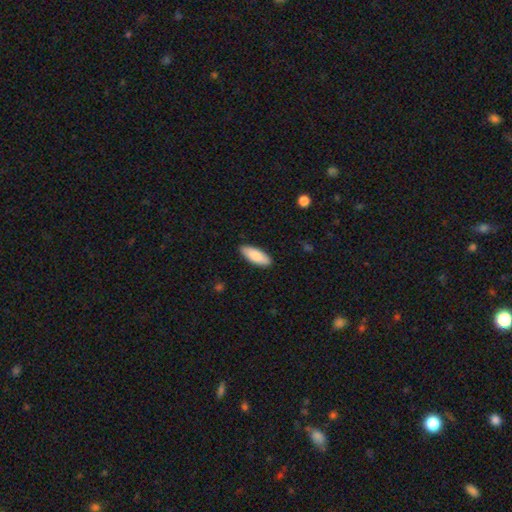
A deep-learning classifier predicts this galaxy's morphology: smooth_or_featured: smooth (p=0.87) [alt: featured or disk p=0.08]
how_rounded: in between (p=0.74) [alt: cigar-shaped p=0.24]
merging: none (p=0.89) [alt: minor disturbance p=0.09]